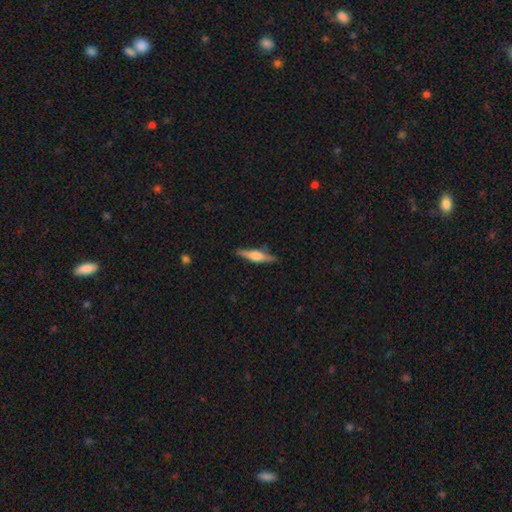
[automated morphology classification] Smooth or featured? featured or disk (57%)
Edge-on disk? yes (97%)
Edge-on bulge? rounded (77%)
Merging? none (87%)